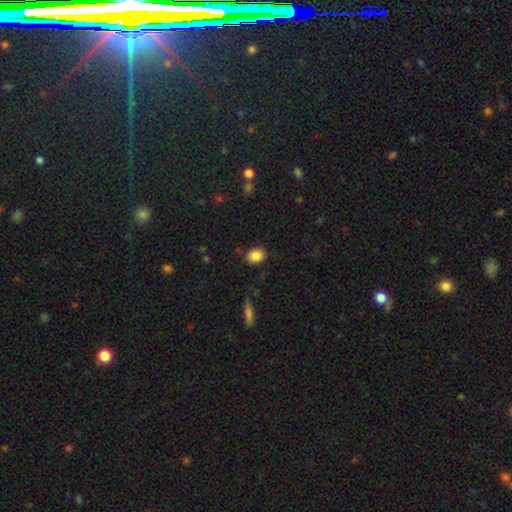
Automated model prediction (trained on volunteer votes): A smooth galaxy with no disk features (87%) that is in between round and cigar-shaped (58%).

Vote fractions:
- Smooth or featured? smooth: 87% / star or artifact: 9% / featured or disk: 5%
- How rounded? in between: 58% / round: 41% / cigar-shaped: 1%
- Merging? none: 84% / minor disturbance: 11% / major disturbance: 3% / merger: 2%